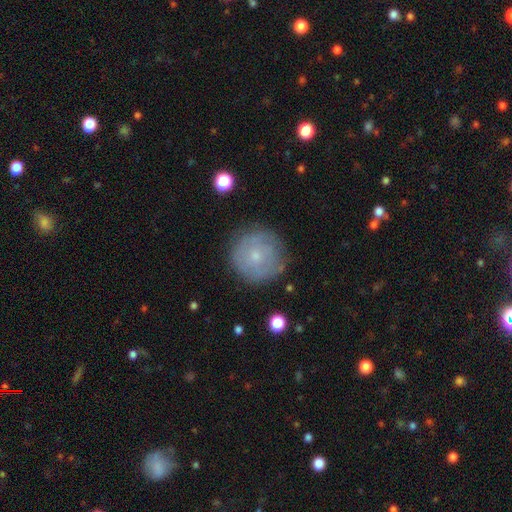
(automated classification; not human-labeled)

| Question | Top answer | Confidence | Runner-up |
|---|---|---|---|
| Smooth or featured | smooth | 53% | featured or disk (39%) |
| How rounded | round | 95% | in between (4%) |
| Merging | none | 81% | minor disturbance (14%) |